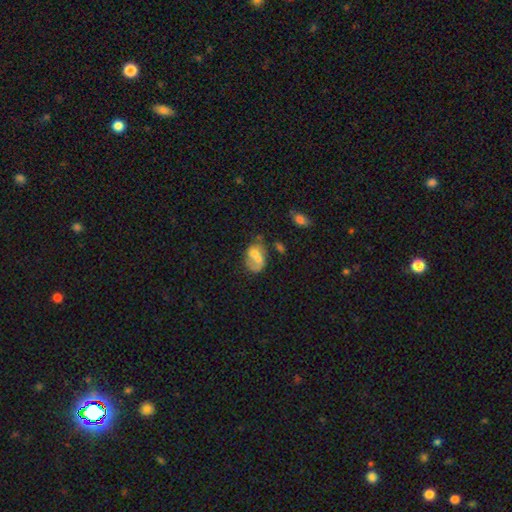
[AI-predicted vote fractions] The model was most divided on "smooth or featured": smooth: 53%, featured or disk: 37%, star or artifact: 10%. Remaining: how rounded — in between (75%); merging — merger (47%).